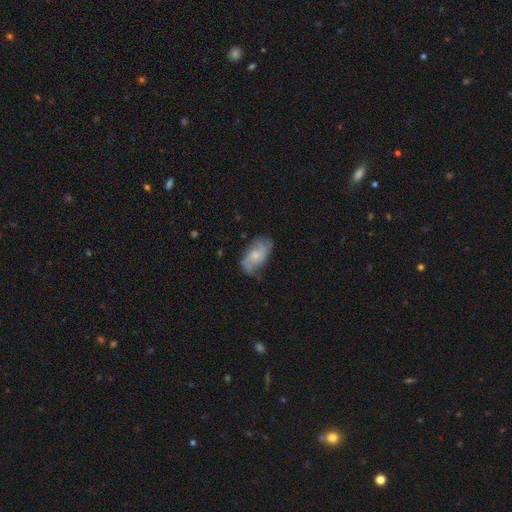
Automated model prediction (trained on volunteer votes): Smooth or featured?
  - featured or disk: 58% *
  - smooth: 35%
  - star or artifact: 7%
Edge-on disk?
  - no: 95% *
  - yes: 5%
Bar?
  - no: 67% *
  - weak: 29%
  - strong: 4%
Spiral arms?
  - yes: 86% *
  - no: 14%
Bulge size?
  - small: 49% *
  - moderate: 37%
  - none: 9%
  - large: 3%
  - dominant: 1%
Merging?
  - none: 66% *
  - minor disturbance: 24%
  - major disturbance: 8%
  - merger: 2%